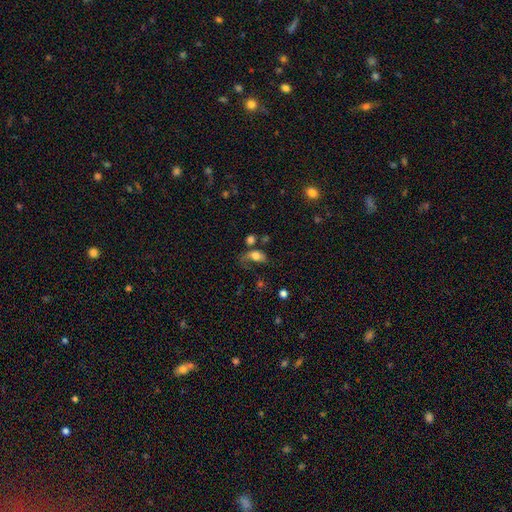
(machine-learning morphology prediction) Smooth or featured? smooth (70%)
How rounded? in between (83%)
Merging? major disturbance (39%)